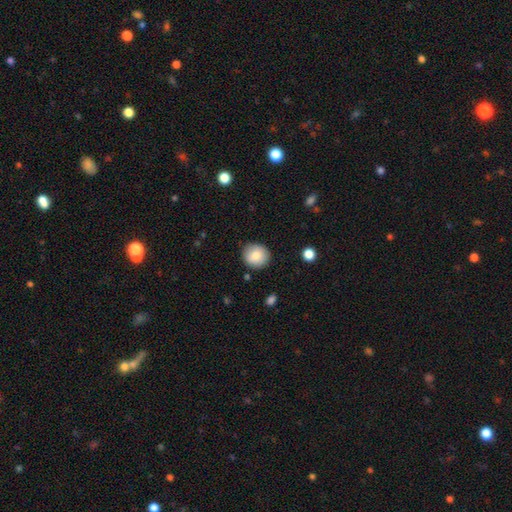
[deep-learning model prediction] A smooth galaxy with no disk features (84%) that is round (88%). Merging: none (87%).